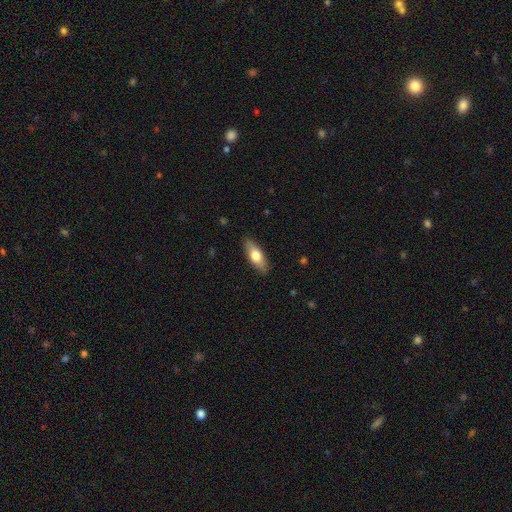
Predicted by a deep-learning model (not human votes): Overall: smooth (68%). How rounded: in between (68%; cigar-shaped 29%). Merging: none (88%).